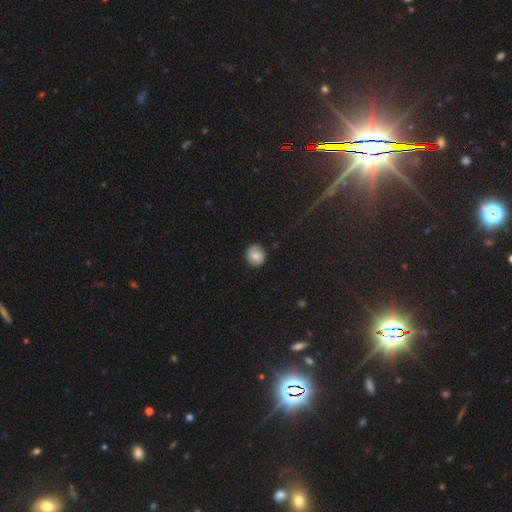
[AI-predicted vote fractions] A smooth galaxy with no disk features (61%) that is round (86%).

Vote fractions:
- Smooth or featured? smooth: 61% / featured or disk: 30% / star or artifact: 9%
- How rounded? round: 86% / in between: 13% / cigar-shaped: 1%
- Merging? none: 83% / minor disturbance: 13% / major disturbance: 3% / merger: 1%